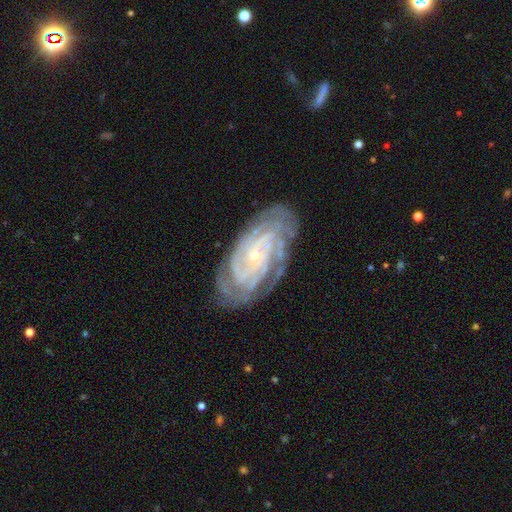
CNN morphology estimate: smooth_or_featured: featured or disk (p=0.90) [alt: star or artifact p=0.05]
disk_edge_on: no (p=0.96) [alt: yes p=0.04]
bar: no (p=0.72) [alt: weak p=0.20]
has_spiral_arms: yes (p=0.98) [alt: no p=0.02]
spiral_winding: tight (p=0.79) [alt: medium p=0.18]
spiral_arm_count: 4 (p=0.26) [alt: can't tell p=0.23]
bulge_size: small (p=0.82) [alt: moderate p=0.14]
merging: none (p=0.77) [alt: minor disturbance p=0.16]